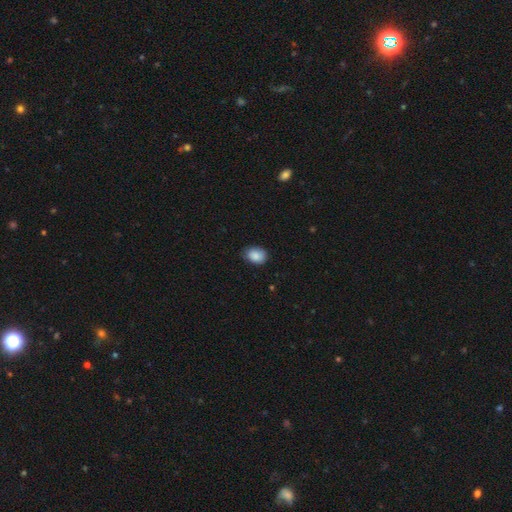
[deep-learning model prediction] A smooth galaxy with no disk features (88%) that is in between round and cigar-shaped (70%).

Vote fractions:
- Smooth or featured? smooth: 88% / star or artifact: 8% / featured or disk: 5%
- How rounded? in between: 70% / round: 29% / cigar-shaped: 1%
- Merging? none: 76% / minor disturbance: 20% / major disturbance: 3% / merger: 1%